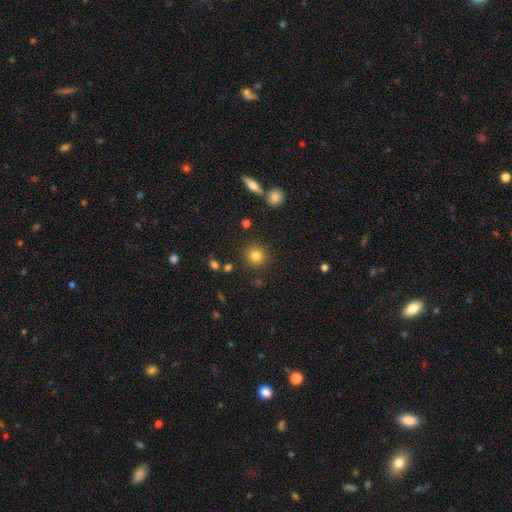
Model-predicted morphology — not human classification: A smooth galaxy with no disk features (82%) that is round (93%).

Vote fractions:
- Smooth or featured? smooth: 82% / star or artifact: 12% / featured or disk: 7%
- How rounded? round: 93% / in between: 6% / cigar-shaped: 1%
- Merging? none: 89% / minor disturbance: 6% / merger: 3% / major disturbance: 3%